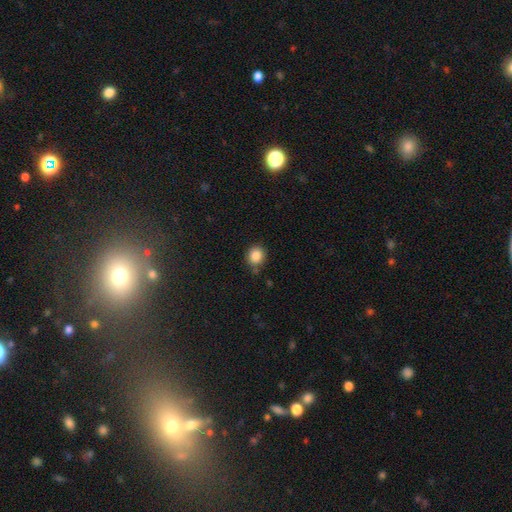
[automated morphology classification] Smooth or featured: smooth — 86% (star or artifact — 10%)
How rounded: round — 85% (in between — 14%)
Merging: none — 78% (minor disturbance — 15%)